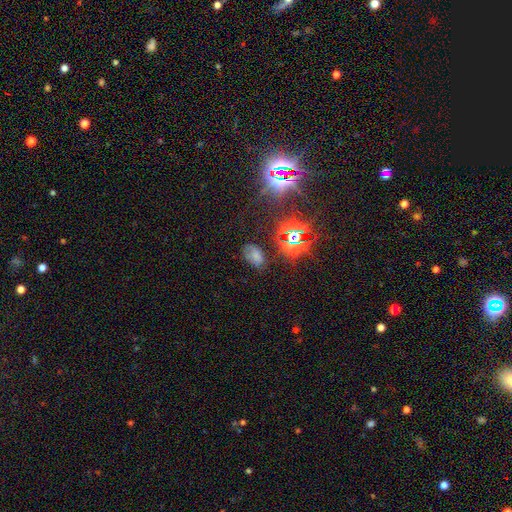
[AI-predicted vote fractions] smooth-or-featured: smooth: 54% | star or artifact: 31% | featured or disk: 14%
  how-rounded: in between: 91% | round: 8% | cigar-shaped: 2%
  merging: none: 63% | minor disturbance: 24% | major disturbance: 10% | merger: 4%